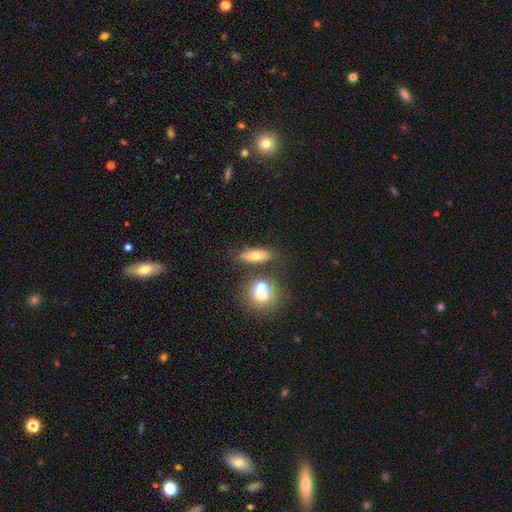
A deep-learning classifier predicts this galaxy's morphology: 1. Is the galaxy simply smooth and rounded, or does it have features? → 63% smooth, 24% featured or disk, 13% star or artifact.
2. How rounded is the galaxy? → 56% in between, 31% cigar-shaped, 13% round.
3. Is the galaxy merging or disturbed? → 73% none, 11% minor disturbance, 11% merger, 4% major disturbance.